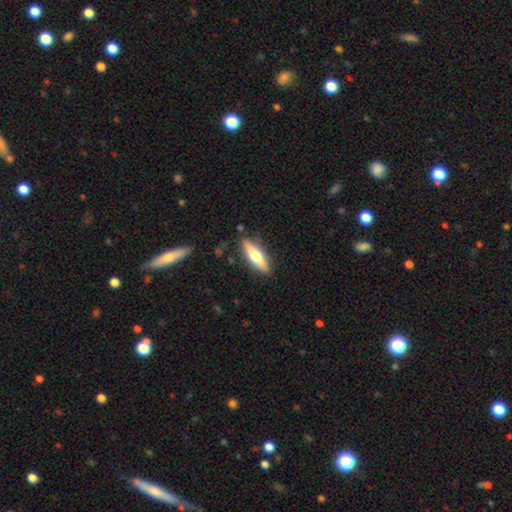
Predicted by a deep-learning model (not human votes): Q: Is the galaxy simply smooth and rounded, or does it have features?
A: smooth — 48%.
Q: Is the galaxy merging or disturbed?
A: none — 86%.